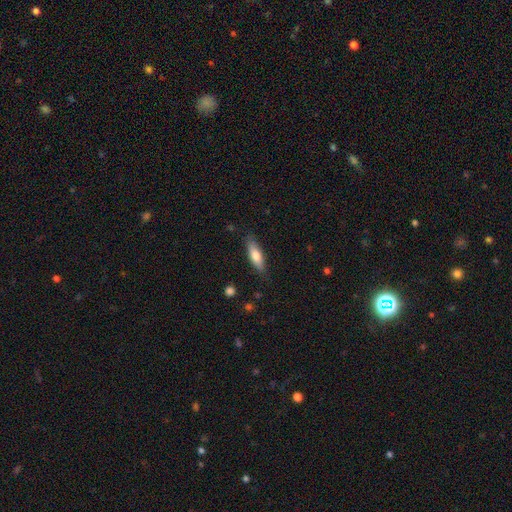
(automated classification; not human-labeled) The model was most divided on "how rounded": cigar-shaped: 51%, in between: 46%, round: 2%. More confident: merging — none (84%); smooth or featured — smooth (71%).